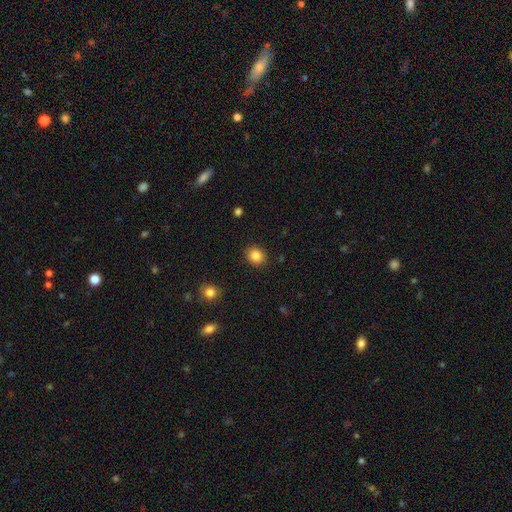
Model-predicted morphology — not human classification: Smooth or featured?
  - smooth: 85% *
  - star or artifact: 10%
  - featured or disk: 6%
How rounded?
  - round: 74% *
  - in between: 25%
  - cigar-shaped: 1%
Merging?
  - none: 90% *
  - minor disturbance: 7%
  - major disturbance: 2%
  - merger: 1%